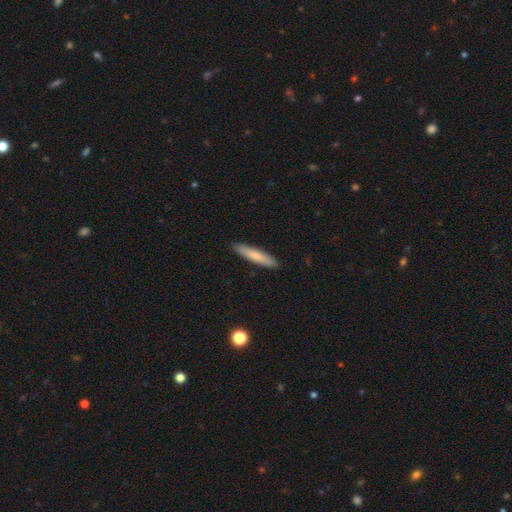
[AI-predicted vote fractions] This appears to be a smooth galaxy with no disk features (73%) that is cigar-shaped (89%). Merging: none (91%).